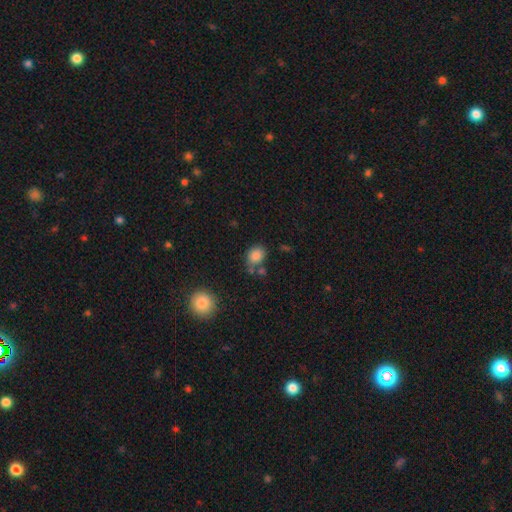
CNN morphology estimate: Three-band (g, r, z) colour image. It shows a smooth galaxy with no disk features (83%) that is round (51%). Merging: none (63%).